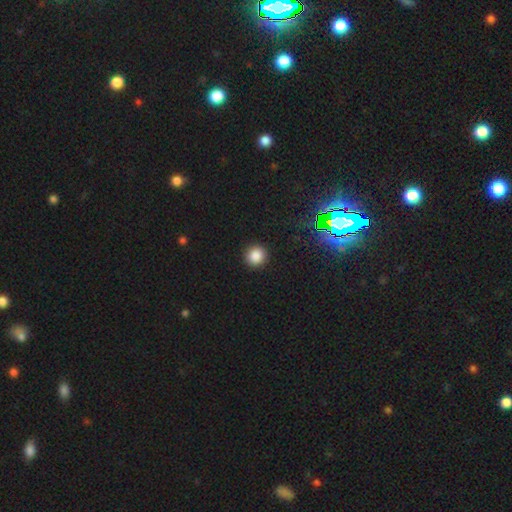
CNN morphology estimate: smooth-or-featured: smooth: 84% | star or artifact: 13% | featured or disk: 4%
  how-rounded: round: 94% | in between: 5% | cigar-shaped: 1%
  merging: none: 92% | minor disturbance: 5% | major disturbance: 2% | merger: 1%